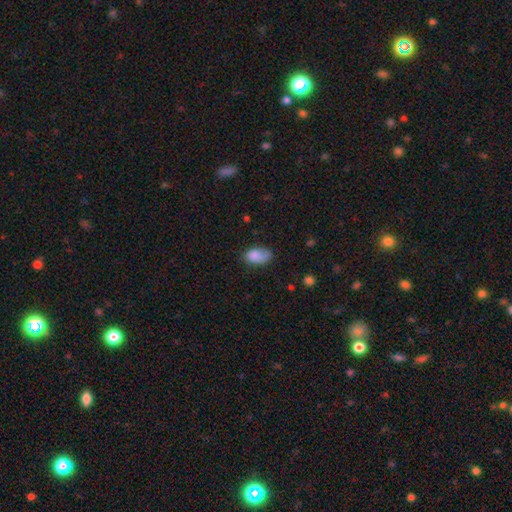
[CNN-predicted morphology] Smooth or featured? Predicted: smooth (p=0.80). How rounded? Predicted: in between (p=0.91). Merging? Predicted: none (p=0.55).